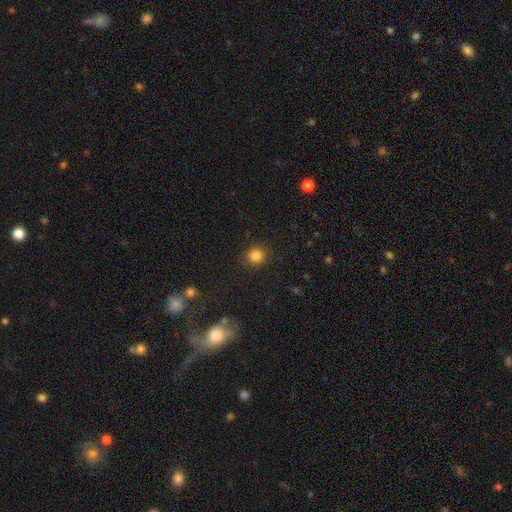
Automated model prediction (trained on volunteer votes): Smooth or featured? smooth (84%)
How rounded? round (92%)
Merging? none (91%)